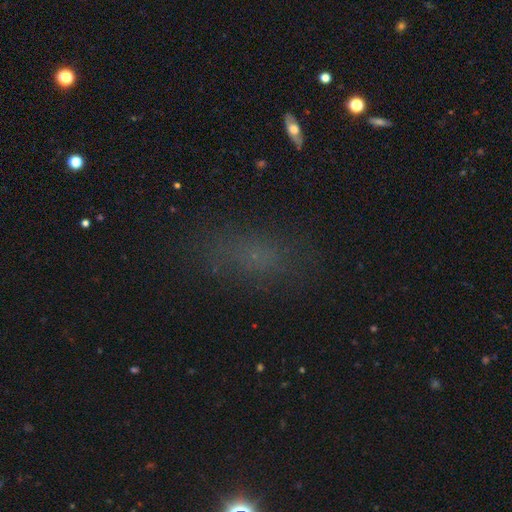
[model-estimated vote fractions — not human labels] Smooth or featured: smooth — 60% (star or artifact — 28%)
How rounded: in between — 75% (cigar-shaped — 14%)
Merging: none — 75% (minor disturbance — 15%)